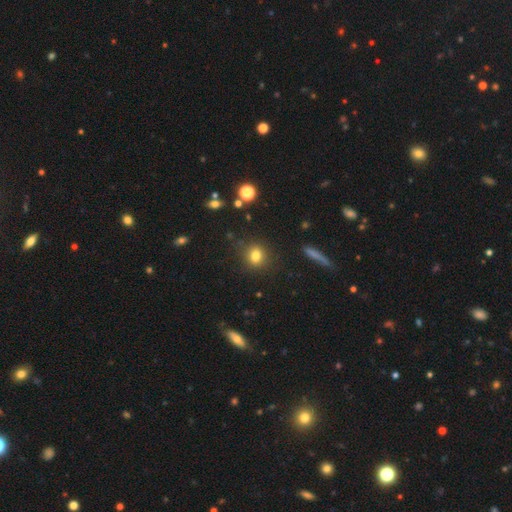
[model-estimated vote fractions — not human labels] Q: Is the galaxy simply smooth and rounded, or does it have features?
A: smooth — 80%.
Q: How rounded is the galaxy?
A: round — 68%.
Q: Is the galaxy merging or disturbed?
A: none — 85%.